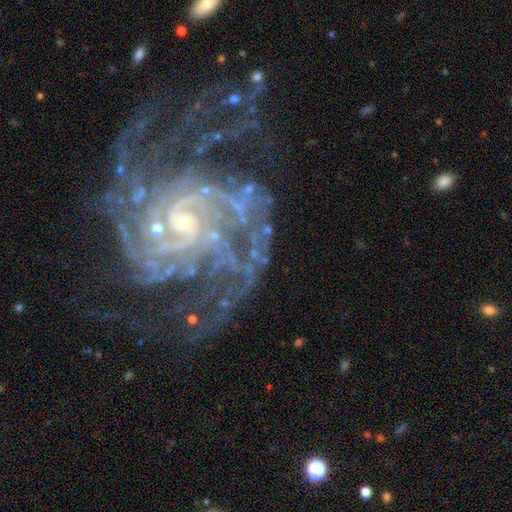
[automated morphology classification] Smooth or featured?
  - featured or disk: 88% *
  - star or artifact: 8%
  - smooth: 4%
Edge-on disk?
  - no: 98% *
  - yes: 2%
Bar?
  - no: 63% *
  - weak: 25%
  - strong: 12%
Spiral arms?
  - yes: 98% *
  - no: 2%
Spiral winding?
  - tight: 60% *
  - medium: 33%
  - loose: 7%
Spiral arm count?
  - 2: 21% *
  - 4: 19%
  - can't tell: 17%
  - more than 4: 17%
  - 3: 17%
  - 1: 9%
Bulge size?
  - small: 80% *
  - moderate: 15%
  - none: 2%
  - large: 2%
  - dominant: 1%
Merging?
  - none: 53% *
  - major disturbance: 22%
  - minor disturbance: 19%
  - merger: 7%